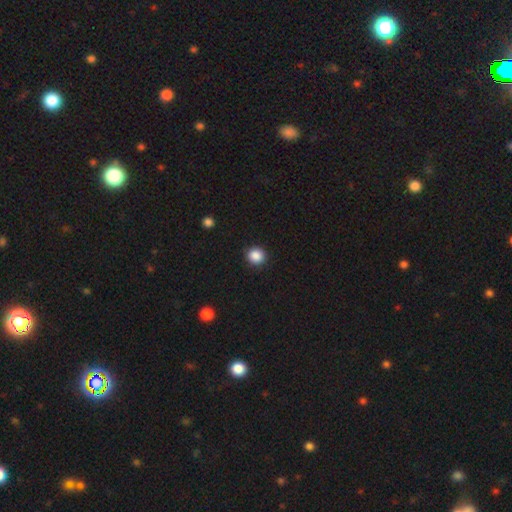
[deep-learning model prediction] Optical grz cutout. It shows a smooth galaxy with no disk features (88%) that is round (90%). Merging: none (92%).